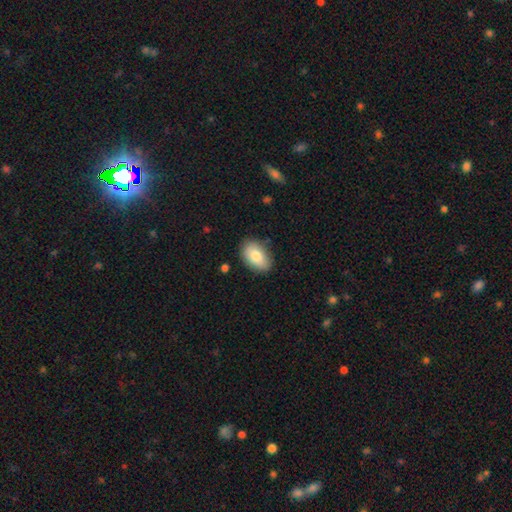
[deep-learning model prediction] smooth-or-featured: smooth: 83% | featured or disk: 10% | star or artifact: 7%
  how-rounded: in between: 90% | round: 9% | cigar-shaped: 1%
  merging: none: 83% | minor disturbance: 13% | major disturbance: 3% | merger: 1%